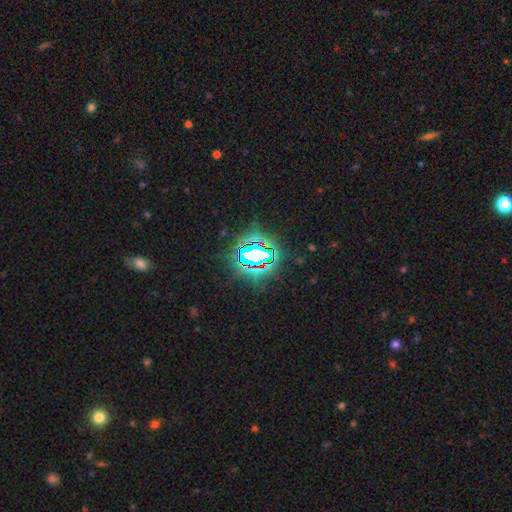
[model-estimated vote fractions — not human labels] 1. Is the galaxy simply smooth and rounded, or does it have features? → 76% star or artifact, 13% smooth, 11% featured or disk.